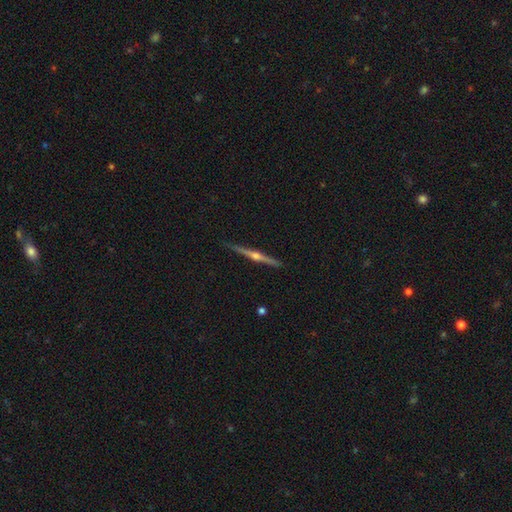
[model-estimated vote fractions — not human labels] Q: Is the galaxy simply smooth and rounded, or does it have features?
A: featured or disk — 82%.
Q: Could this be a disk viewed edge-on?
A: yes — 99%.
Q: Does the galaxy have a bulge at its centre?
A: rounded — 93%.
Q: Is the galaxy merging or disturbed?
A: none — 90%.